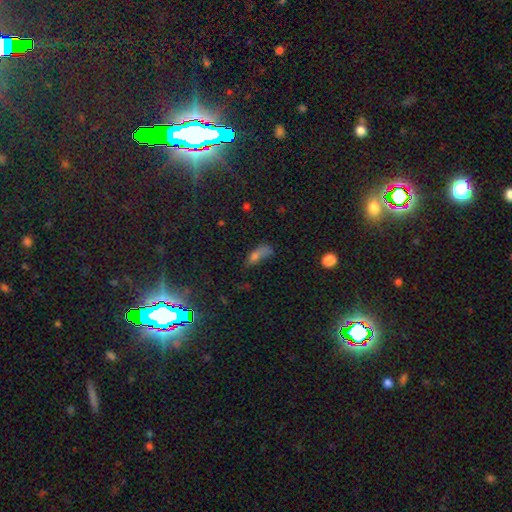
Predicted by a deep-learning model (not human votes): Smooth or featured?
  - smooth: 52% *
  - star or artifact: 31%
  - featured or disk: 17%
How rounded?
  - in between: 62% *
  - cigar-shaped: 29%
  - round: 9%
Merging?
  - none: 39% *
  - major disturbance: 26%
  - minor disturbance: 24%
  - merger: 11%